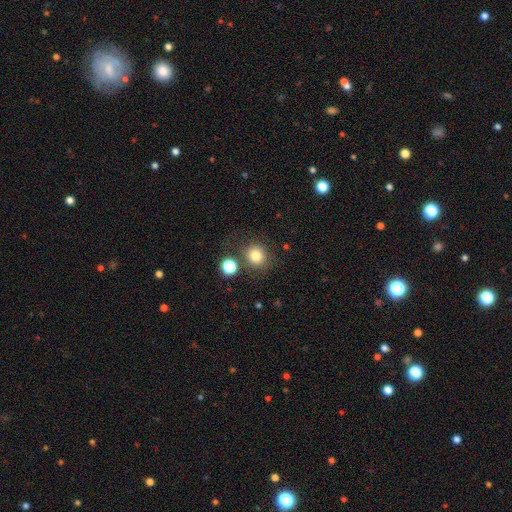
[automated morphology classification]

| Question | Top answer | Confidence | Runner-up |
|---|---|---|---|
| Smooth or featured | smooth | 79% | star or artifact (13%) |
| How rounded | round | 87% | in between (12%) |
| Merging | none | 76% | minor disturbance (11%) |